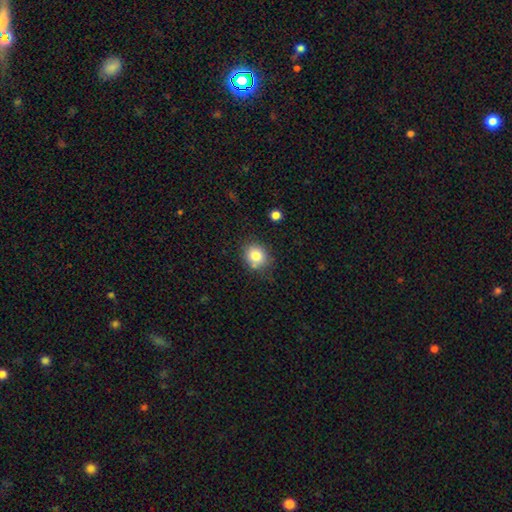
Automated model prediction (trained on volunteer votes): This appears to be a smooth galaxy with no disk features (80%) that is round (75%). Merging: none (77%).